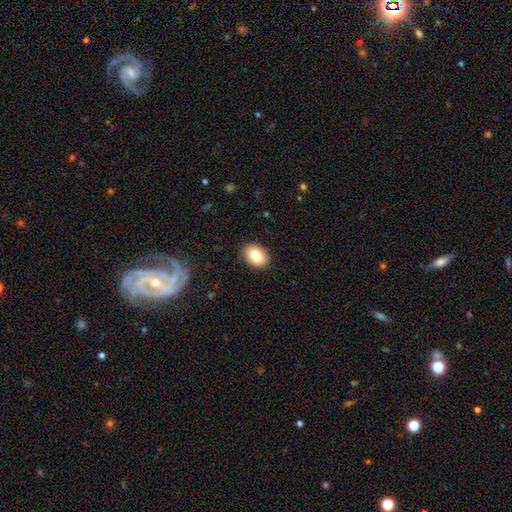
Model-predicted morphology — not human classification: Q: Smooth or featured?
A: smooth (82%); runner-up: featured or disk (10%)
Q: How rounded?
A: in between (78%); runner-up: round (21%)
Q: Merging?
A: none (90%); runner-up: minor disturbance (8%)